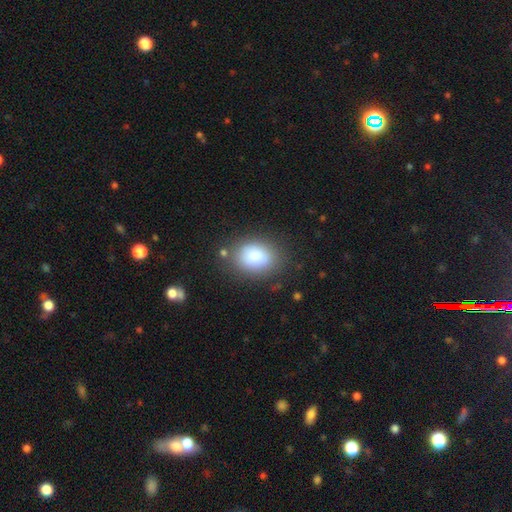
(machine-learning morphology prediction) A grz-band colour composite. It shows a smooth galaxy with no disk features (85%) that is in between round and cigar-shaped (65%). Merging: none (78%).